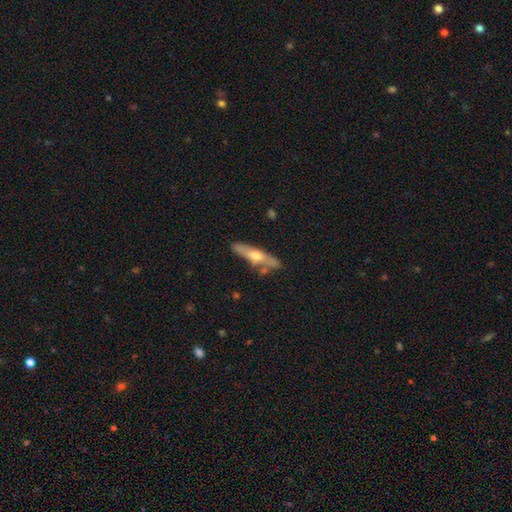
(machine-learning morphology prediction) smooth_or_featured: featured or disk (p=0.52) [alt: smooth p=0.41]
disk_edge_on: yes (p=0.82) [alt: no p=0.18]
merging: none (p=0.72) [alt: minor disturbance p=0.17]